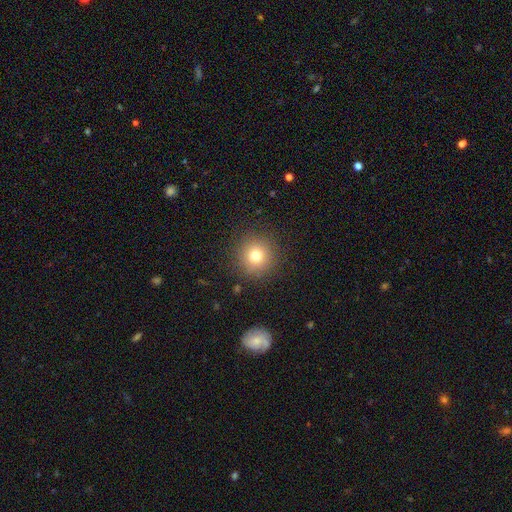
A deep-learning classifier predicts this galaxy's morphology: This is likely a smooth galaxy (77%). How rounded: clearly round (94%). Merging: clearly none (89%).